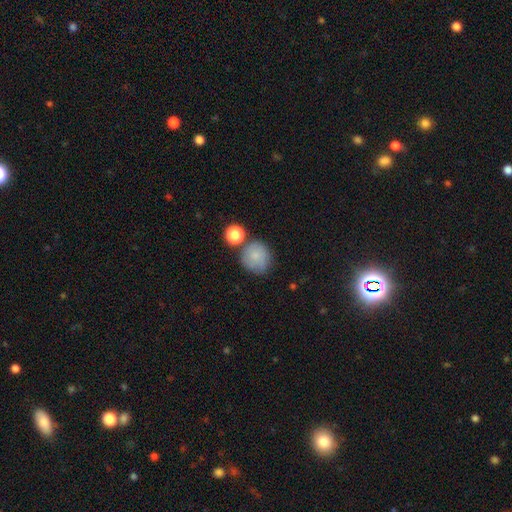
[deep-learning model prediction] This appears to be a smooth galaxy with no disk features (81%) that is round (89%). Merging: none (65%).